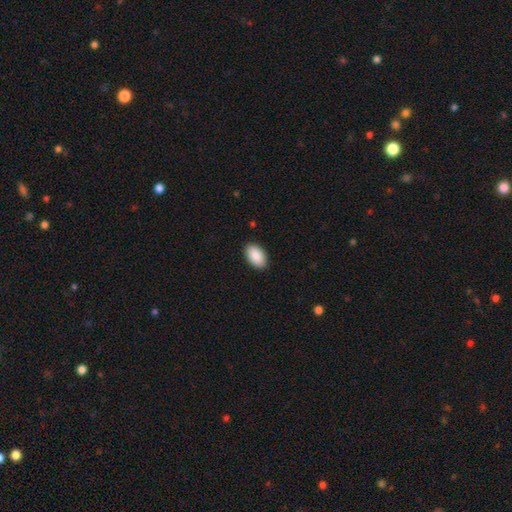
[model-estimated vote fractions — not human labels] This is clearly a smooth galaxy (90%). How rounded: clearly in between (94%). Merging: clearly none (90%).